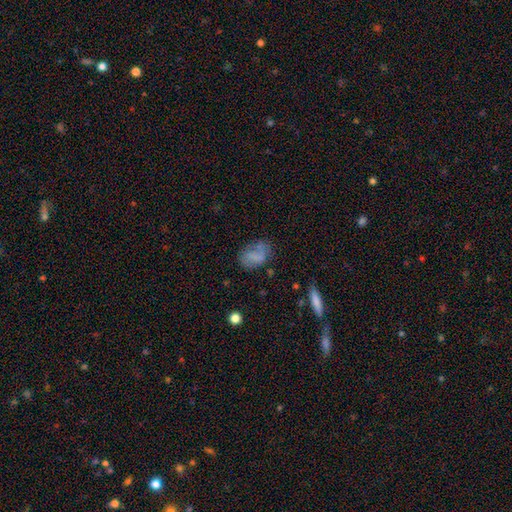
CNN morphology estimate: smooth_or_featured: smooth (p=0.66) [alt: featured or disk p=0.23]
how_rounded: in between (p=0.81) [alt: round p=0.17]
merging: none (p=0.57) [alt: minor disturbance p=0.26]